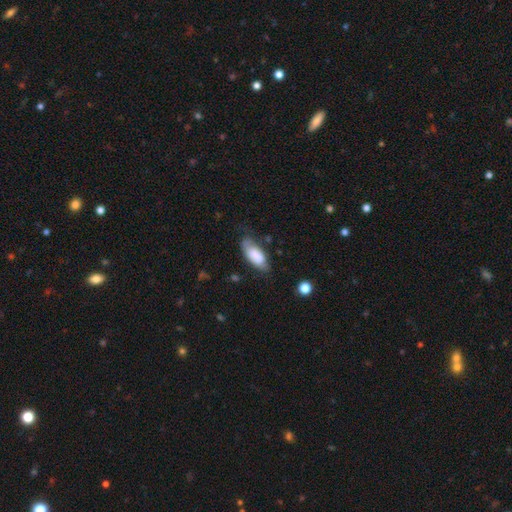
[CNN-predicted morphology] type=smooth (77%); roundness=in between (85%); merging=none (57%).